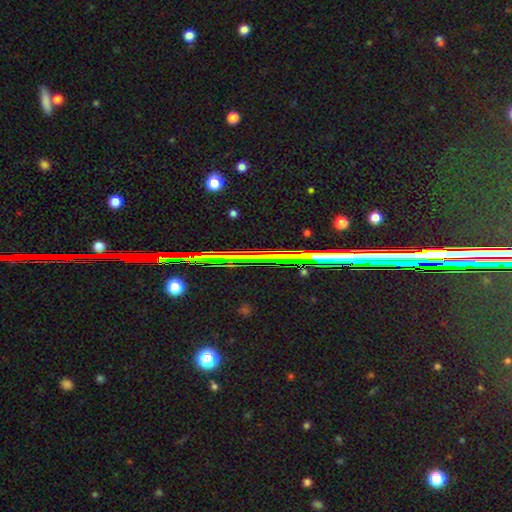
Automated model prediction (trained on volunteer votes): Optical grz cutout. It shows a star or artifact, not a galaxy (76%).